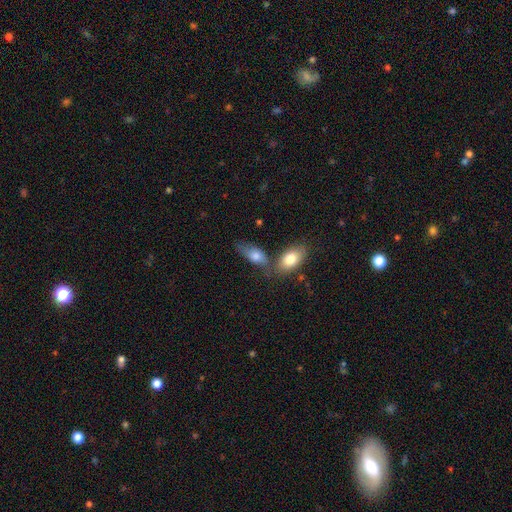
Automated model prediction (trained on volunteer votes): smooth_or_featured: smooth (p=0.76) [alt: featured or disk p=0.17]
how_rounded: in between (p=0.86) [alt: cigar-shaped p=0.09]
merging: none (p=0.45) [alt: merger p=0.29]